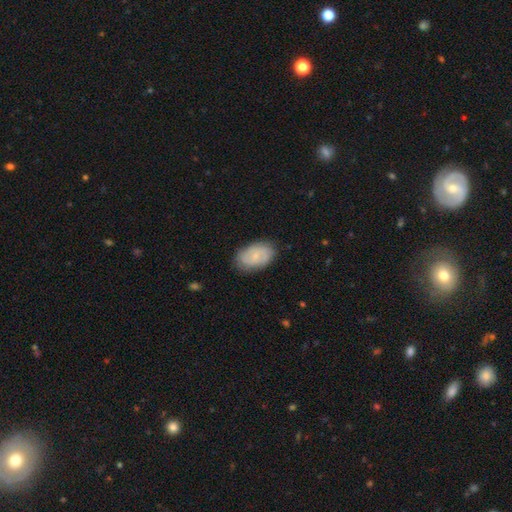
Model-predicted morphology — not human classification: Smooth or featured? Predicted: smooth (p=0.54). How rounded? Predicted: in between (p=0.91). Merging? Predicted: none (p=0.82).